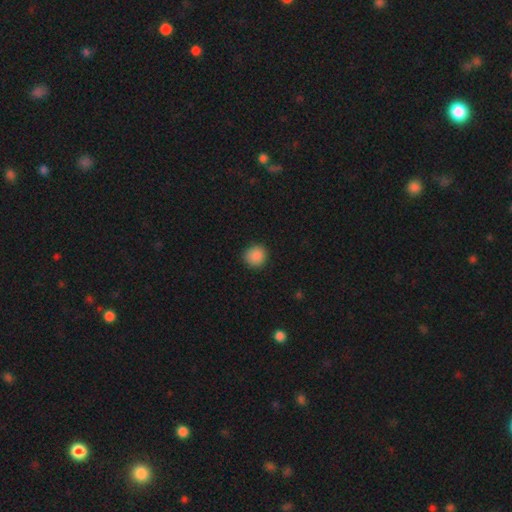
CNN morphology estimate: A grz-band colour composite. It shows a smooth galaxy with no disk features (88%) that is round (93%). Merging: none (91%).